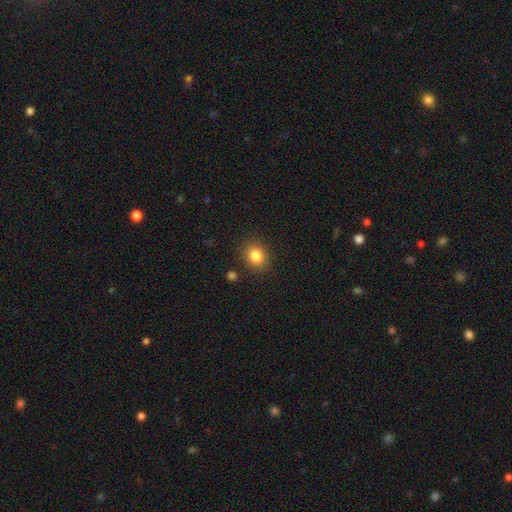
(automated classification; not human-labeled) Smooth or featured? Predicted: smooth (p=0.84). How rounded? Predicted: round (p=0.70). Merging? Predicted: none (p=0.86).